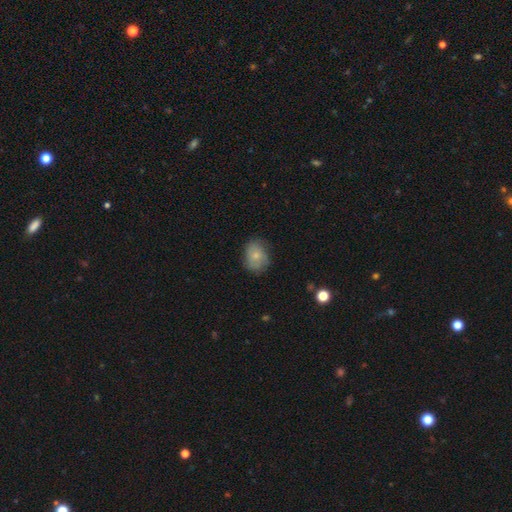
smooth 82%, featured or disk 10%, star or artifact 8%. Down the decision tree: how rounded — in between (52%); merging — none (84%).